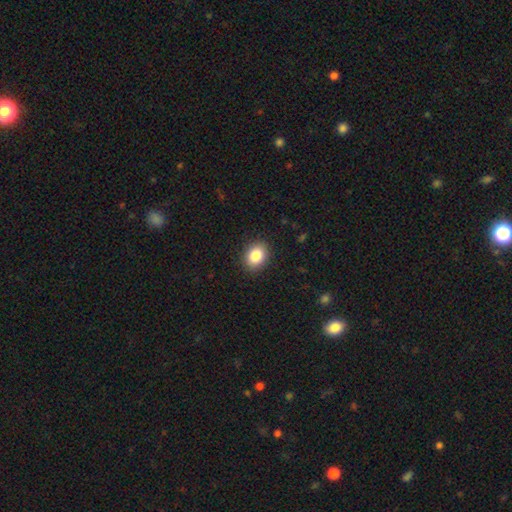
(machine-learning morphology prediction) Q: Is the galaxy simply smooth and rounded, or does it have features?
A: smooth — 85%.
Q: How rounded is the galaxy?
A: in between — 59%.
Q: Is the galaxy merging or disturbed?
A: none — 89%.